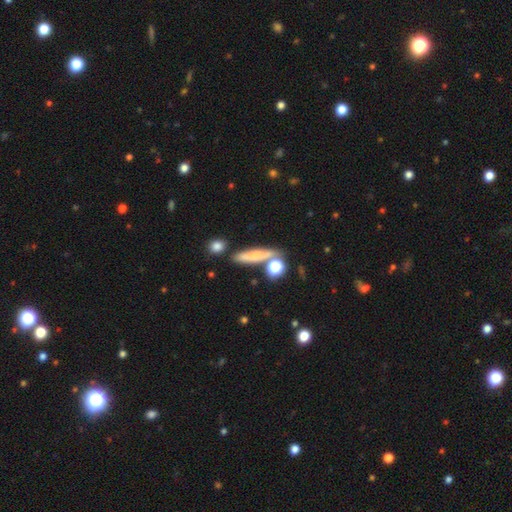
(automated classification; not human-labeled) Smooth or featured? smooth (64%)
How rounded? cigar-shaped (69%)
Merging? none (67%)